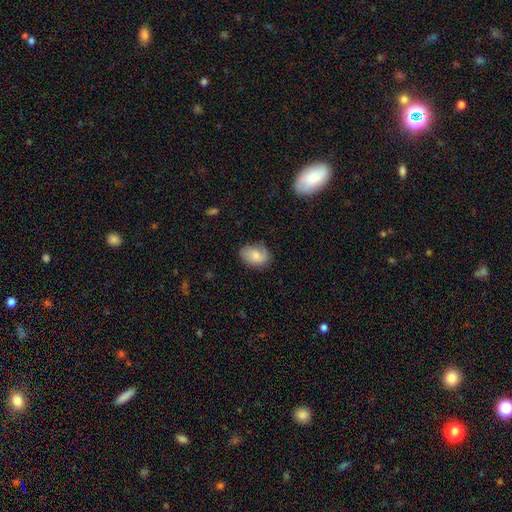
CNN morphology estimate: This is likely a smooth galaxy (67%). How rounded: likely in between (77%). Merging: likely none (70%).